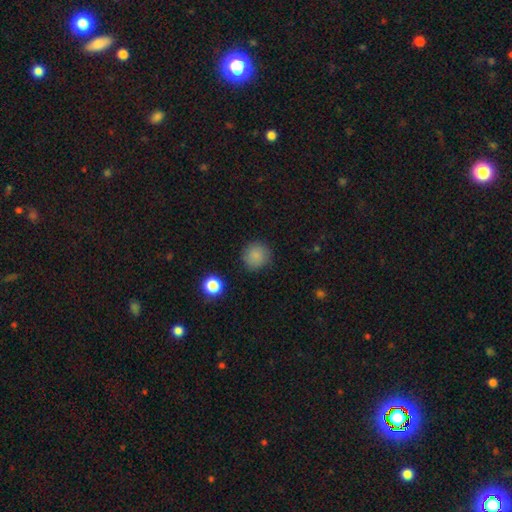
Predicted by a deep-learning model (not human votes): A smooth galaxy with no disk features (84%) that is round (93%). Merging: none (85%).